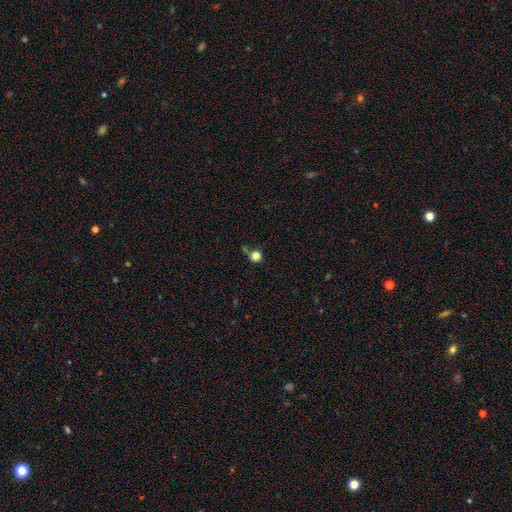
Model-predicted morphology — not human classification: A smooth galaxy with no disk features (82%) that is round (89%).

Vote fractions:
- Smooth or featured? smooth: 82% / star or artifact: 12% / featured or disk: 6%
- How rounded? round: 89% / in between: 10% / cigar-shaped: 1%
- Merging? none: 60% / minor disturbance: 18% / merger: 14% / major disturbance: 7%